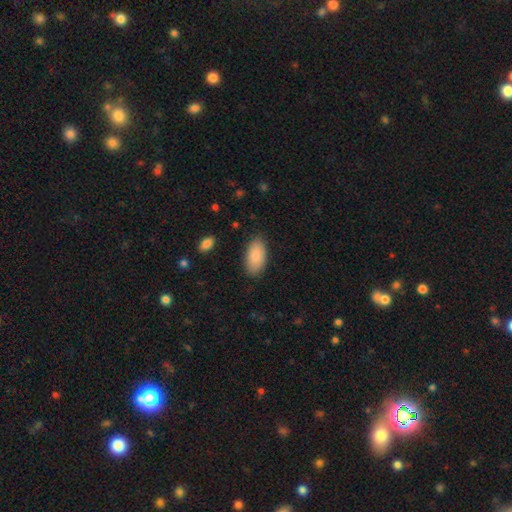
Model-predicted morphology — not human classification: Overall: smooth (85%). How rounded: in between (95%). Merging: none (85%).